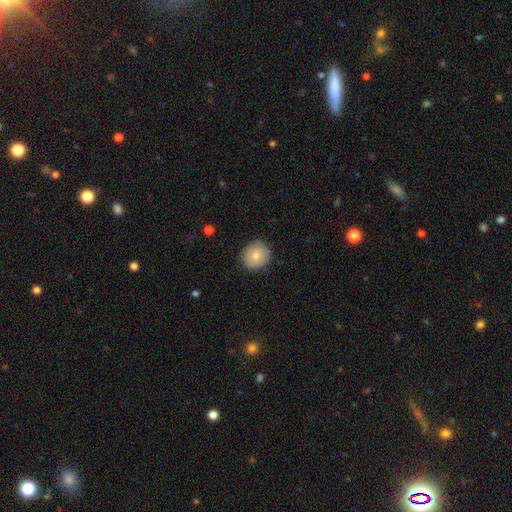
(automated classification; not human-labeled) This is likely a smooth galaxy (78%). How rounded: clearly round (88%). Merging: clearly none (86%).